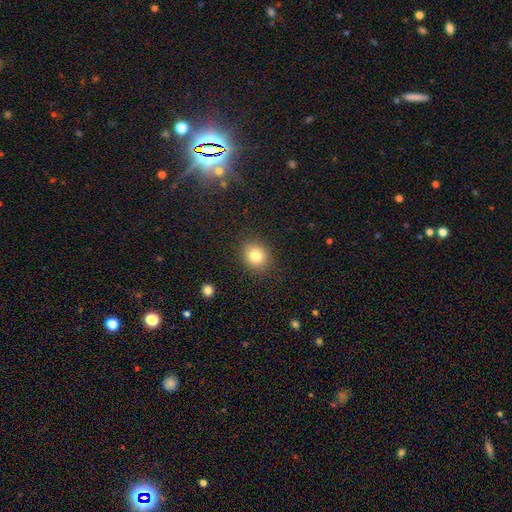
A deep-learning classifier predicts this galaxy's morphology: A smooth galaxy with no disk features (80%) that is round (69%). Merging: none (88%).